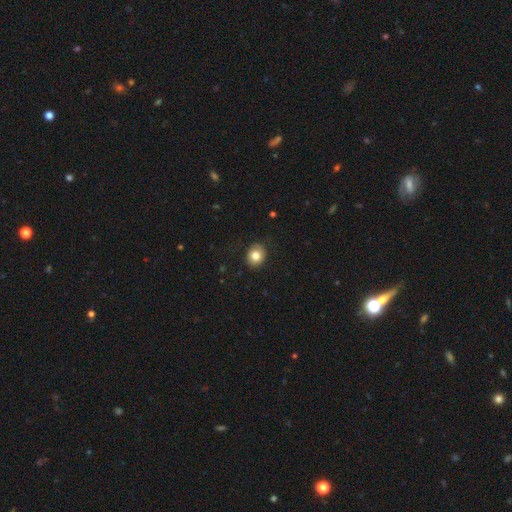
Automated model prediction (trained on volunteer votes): Overall: smooth (80%). How rounded: round (65%; in between 34%). Merging: none (86%).